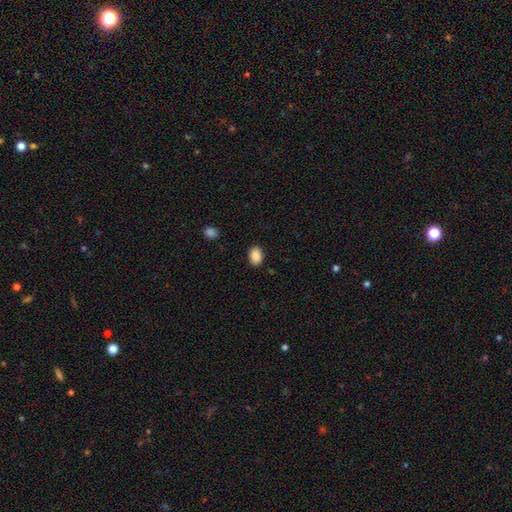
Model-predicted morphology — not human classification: smooth-or-featured: smooth: 89% | star or artifact: 8% | featured or disk: 3%
  how-rounded: in between: 82% | round: 17% | cigar-shaped: 1%
  merging: none: 87% | minor disturbance: 10% | major disturbance: 2% | merger: 1%